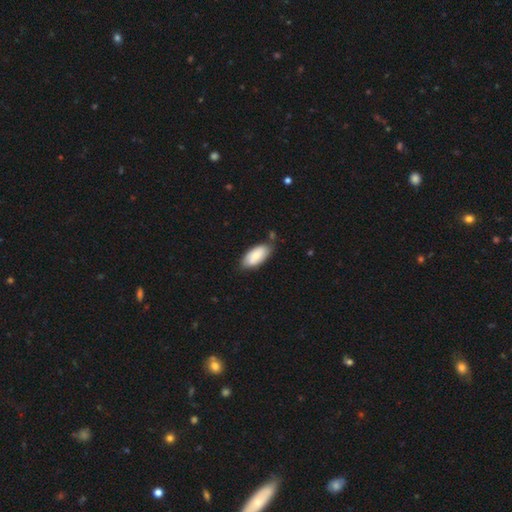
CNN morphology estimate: type=smooth (75%); roundness=in between (91%); merging=none (72%).